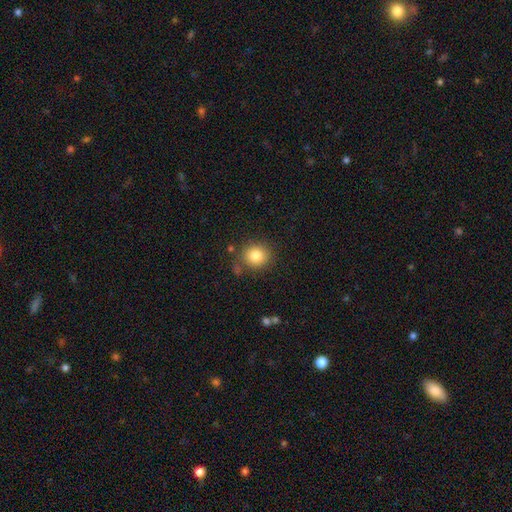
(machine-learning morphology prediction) A smooth galaxy with no disk features (83%) that is round (85%). Merging: none (81%).